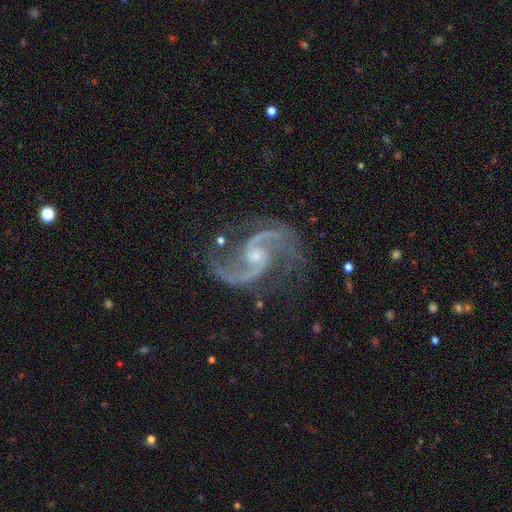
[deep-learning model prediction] The model was most divided on "bar": no: 47%, weak: 40%, strong: 13%. More confident: spiral arms — yes (99%); edge-on disk — no (98%); spiral arm count — 2 (94%); smooth or featured — featured or disk (93%); merging — none (76%); bulge size — small (62%); spiral winding — medium (54%).